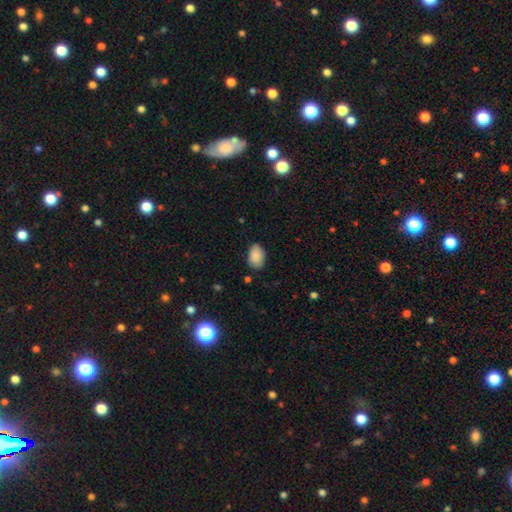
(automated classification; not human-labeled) Morphology: type=smooth (88%); roundness=in between (89%); merging=none (81%).